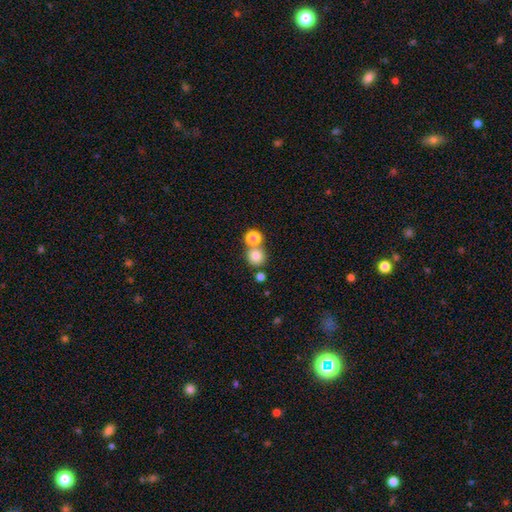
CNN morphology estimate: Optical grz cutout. It shows a smooth galaxy with no disk features (79%) that is round (91%). Merging: none (63%).